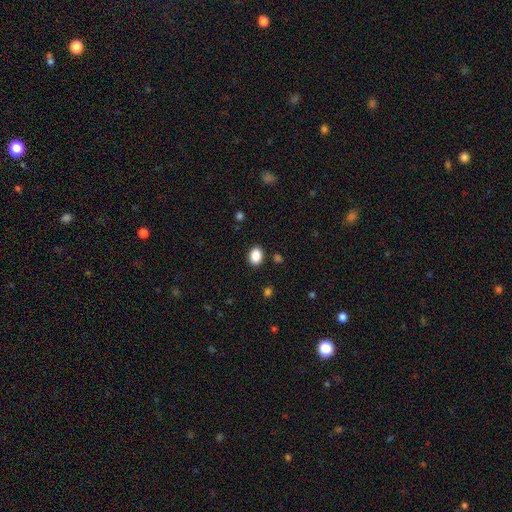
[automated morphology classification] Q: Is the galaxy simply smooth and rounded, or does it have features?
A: smooth — 88%.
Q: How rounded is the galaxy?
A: in between — 68%.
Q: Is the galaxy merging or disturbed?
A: none — 88%.